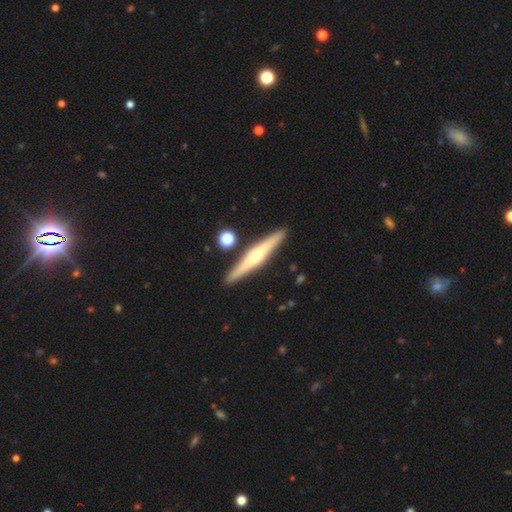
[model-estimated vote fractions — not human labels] smooth_or_featured: featured or disk (p=0.64) [alt: smooth p=0.30]
disk_edge_on: yes (p=0.96) [alt: no p=0.04]
edge_on_bulge: rounded (p=0.84) [alt: none p=0.11]
merging: none (p=0.88) [alt: minor disturbance p=0.07]